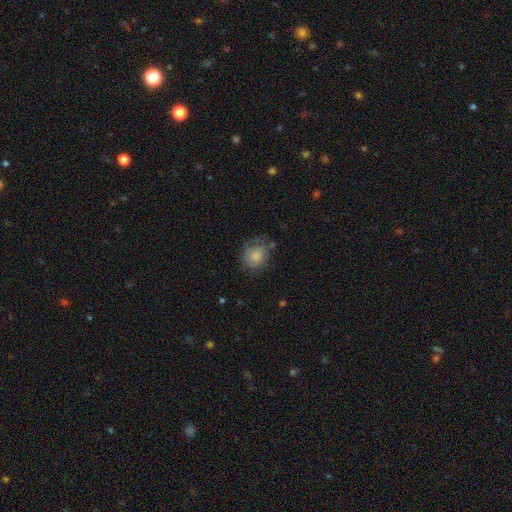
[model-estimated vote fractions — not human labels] A smooth galaxy with no disk features (76%) that is round (71%). Merging: none (57%).